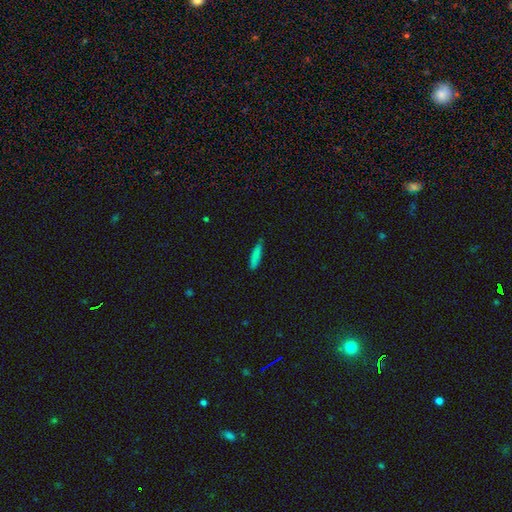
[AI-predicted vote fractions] A smooth galaxy with no disk features (83%) that is cigar-shaped (79%).

Vote fractions:
- Smooth or featured? smooth: 83% / featured or disk: 9% / star or artifact: 8%
- How rounded? cigar-shaped: 79% / in between: 19% / round: 2%
- Merging? none: 74% / minor disturbance: 21% / major disturbance: 3% / merger: 2%